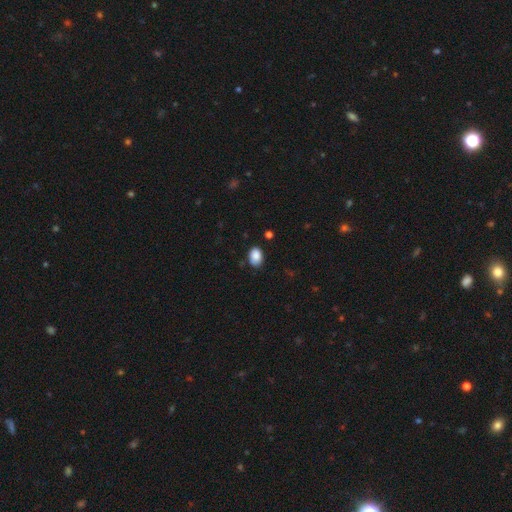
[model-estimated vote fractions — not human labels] smooth 88%, star or artifact 8%, featured or disk 4%. Down the decision tree: how rounded — in between (81%); merging — none (77%).